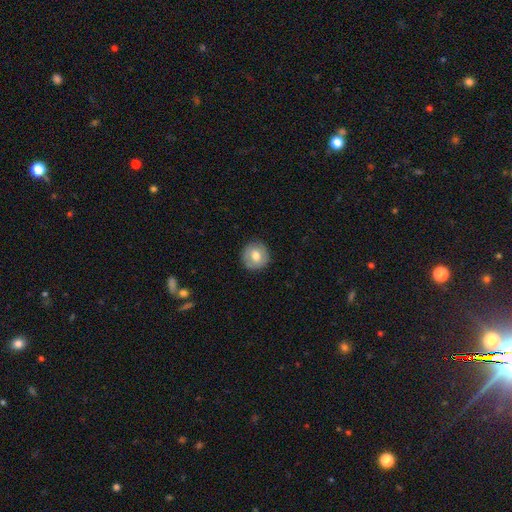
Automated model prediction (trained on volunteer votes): Overall: smooth (66%; featured or disk 26%). How rounded: round (93%). Merging: none (88%).